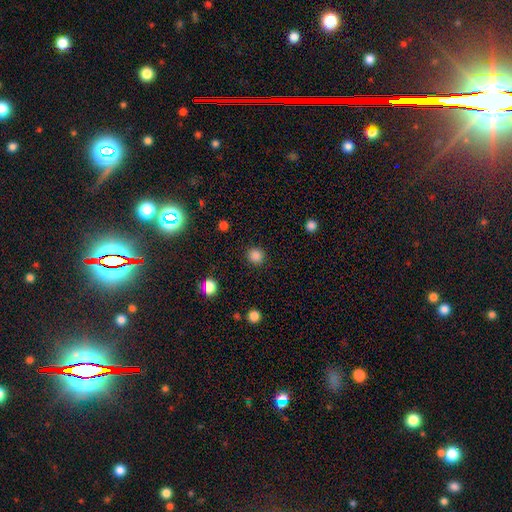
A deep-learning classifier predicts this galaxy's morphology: Smooth or featured? Predicted: smooth (p=0.85). How rounded? Predicted: round (p=0.93). Merging? Predicted: none (p=0.91).